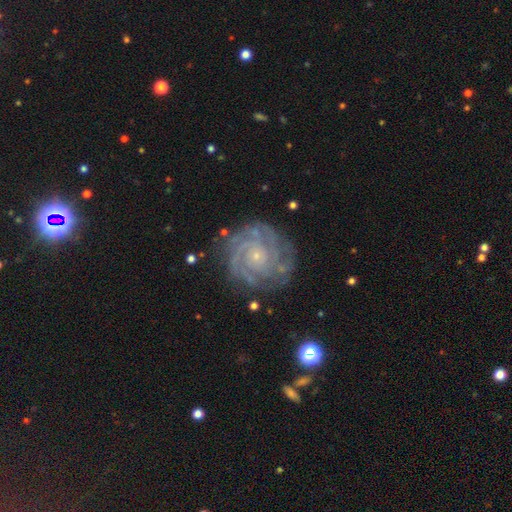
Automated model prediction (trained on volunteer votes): Smooth or featured?
  - featured or disk: 87% *
  - star or artifact: 6%
  - smooth: 6%
Edge-on disk?
  - no: 98% *
  - yes: 2%
Bar?
  - no: 79% *
  - weak: 16%
  - strong: 5%
Spiral arms?
  - yes: 97% *
  - no: 3%
Spiral winding?
  - tight: 79% *
  - medium: 19%
  - loose: 3%
Spiral arm count?
  - 4: 24% *
  - 3: 23%
  - can't tell: 21%
  - 2: 15%
  - more than 4: 10%
  - 1: 7%
Bulge size?
  - small: 85% *
  - moderate: 9%
  - none: 4%
  - large: 1%
  - dominant: 1%
Merging?
  - none: 79% *
  - minor disturbance: 14%
  - major disturbance: 5%
  - merger: 2%